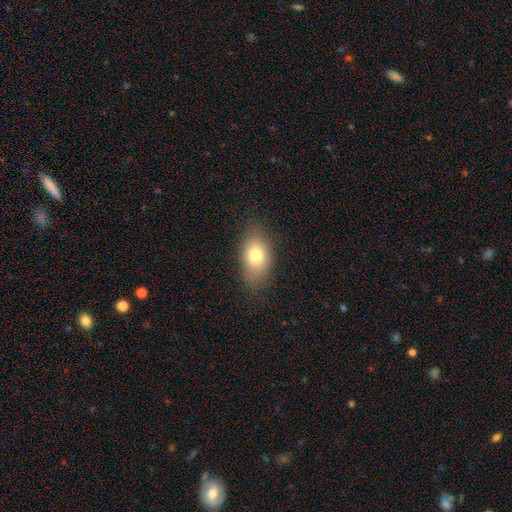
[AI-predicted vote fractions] The model was most divided on "smooth or featured": smooth: 76%, featured or disk: 14%, star or artifact: 10%. More confident: how rounded — in between (85%); merging — none (79%).